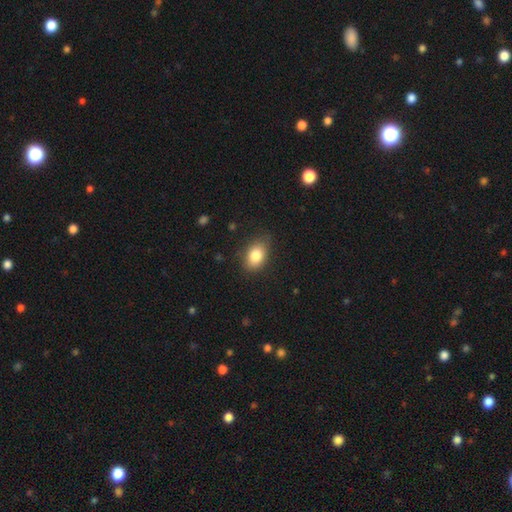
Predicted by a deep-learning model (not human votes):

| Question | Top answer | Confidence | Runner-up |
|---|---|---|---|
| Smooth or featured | smooth | 83% | featured or disk (9%) |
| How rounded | in between | 81% | round (17%) |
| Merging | none | 79% | minor disturbance (16%) |